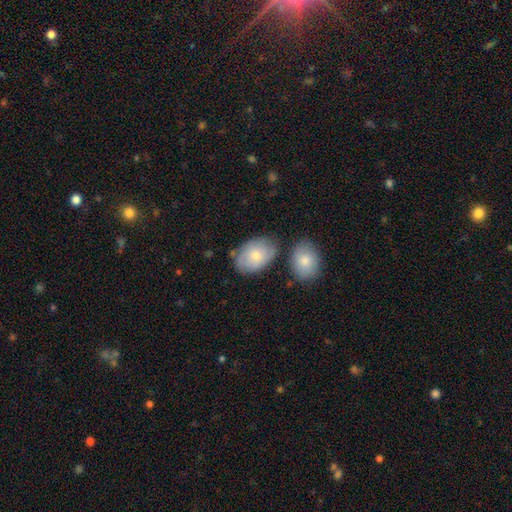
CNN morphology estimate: Smooth or featured: smooth — 73% (featured or disk — 21%)
How rounded: in between — 84% (round — 15%)
Merging: none — 67% (minor disturbance — 18%)